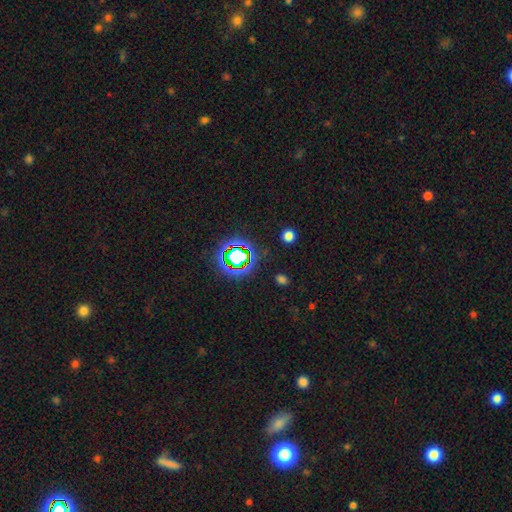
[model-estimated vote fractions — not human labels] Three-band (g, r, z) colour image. It shows a star or artifact, not a galaxy (76%).